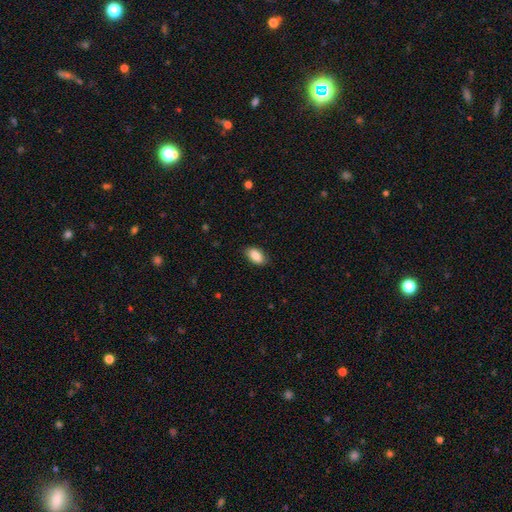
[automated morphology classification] This is clearly a smooth galaxy (86%). How rounded: clearly in between (93%). Merging: clearly none (86%).